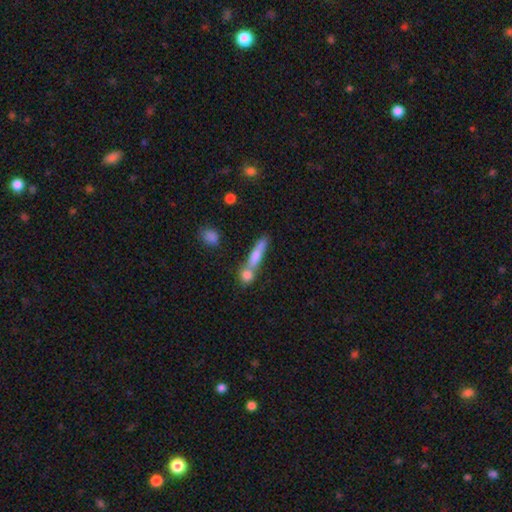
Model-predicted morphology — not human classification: A smooth galaxy with no disk features (63%) that is cigar-shaped (77%). Merging: none (44%).